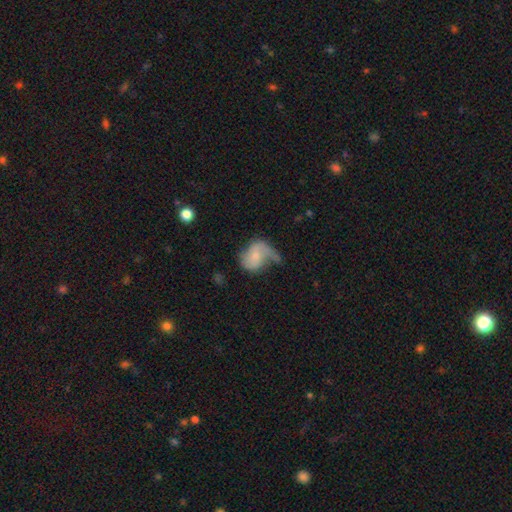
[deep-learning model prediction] This is possibly a featured or disk galaxy (52%). It is clearly not viewed edge-on (97%). Bar: likely no (68%). Spiral arm pattern: likely yes (78%). Central bulge: possibly small (54%). Merging: marginally major disturbance (37%).